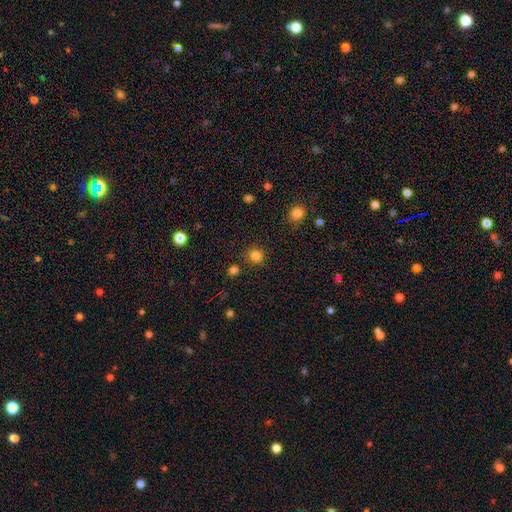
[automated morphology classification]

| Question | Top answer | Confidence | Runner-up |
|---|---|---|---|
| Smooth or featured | smooth | 82% | star or artifact (14%) |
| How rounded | round | 92% | in between (7%) |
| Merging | none | 87% | minor disturbance (7%) |